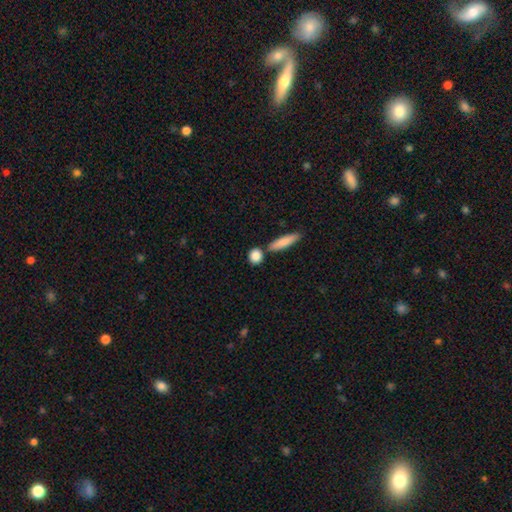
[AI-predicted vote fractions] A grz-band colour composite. It shows a smooth galaxy with no disk features (86%) that is round (68%). Merging: none (71%).